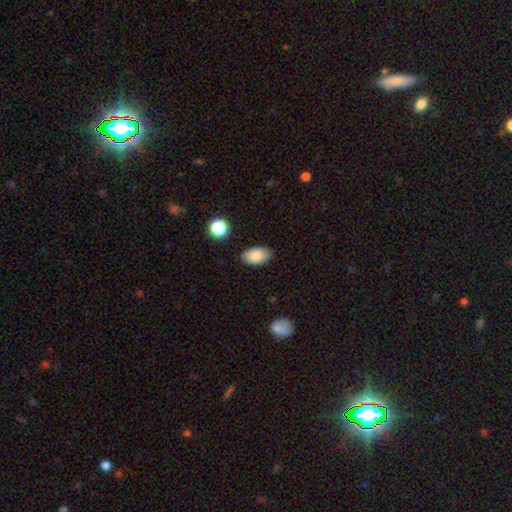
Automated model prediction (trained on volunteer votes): A smooth galaxy with no disk features (86%) that is in between round and cigar-shaped (93%). Merging: none (85%).